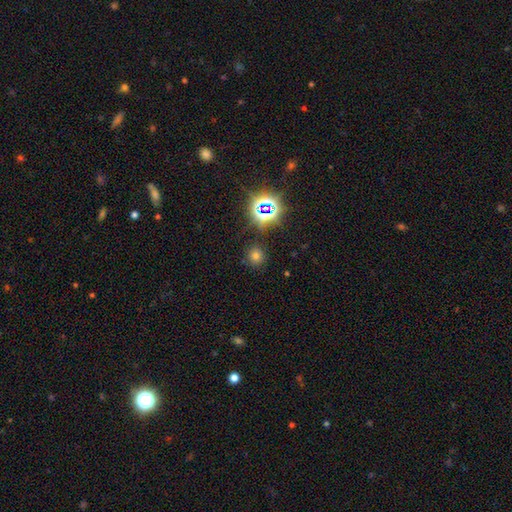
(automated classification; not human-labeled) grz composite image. It shows a smooth galaxy with no disk features (64%) that is round (89%). Merging: none (86%).